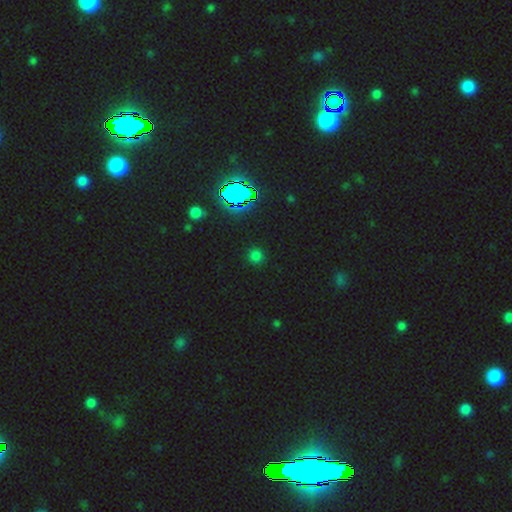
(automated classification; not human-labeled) Overall: smooth (60%; star or artifact 34%). How rounded: round (94%). Merging: none (91%).